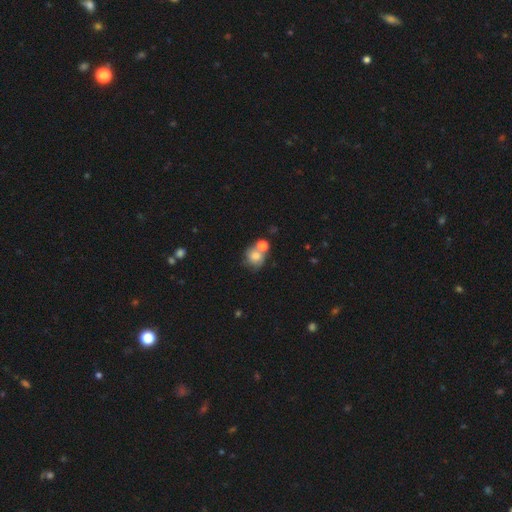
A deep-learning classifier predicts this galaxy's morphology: This appears to be a smooth galaxy with no disk features (73%) that is round (75%). Merging: none (40%, tied with merger).